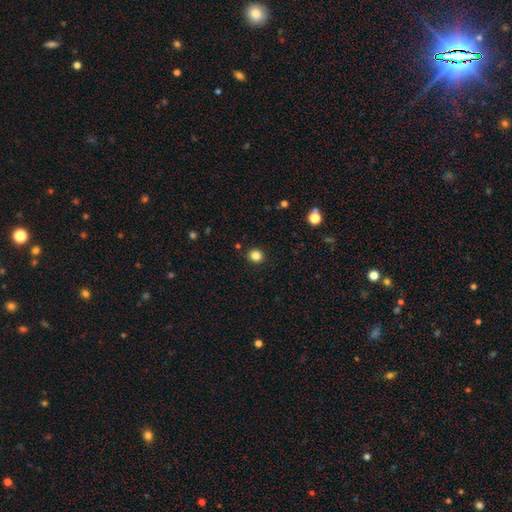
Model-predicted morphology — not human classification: smooth_or_featured: smooth (p=0.84) [alt: star or artifact p=0.12]
how_rounded: round (p=0.83) [alt: in between p=0.16]
merging: none (p=0.91) [alt: minor disturbance p=0.06]